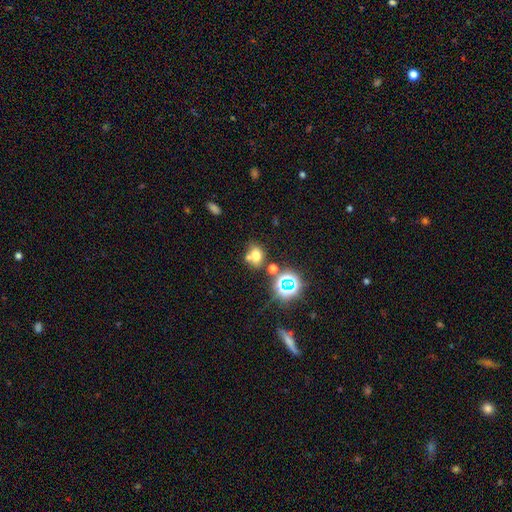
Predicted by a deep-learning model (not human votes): Overall: smooth (65%). How rounded: in between (52%; round 47%). Merging: none (57%; merger 24%).